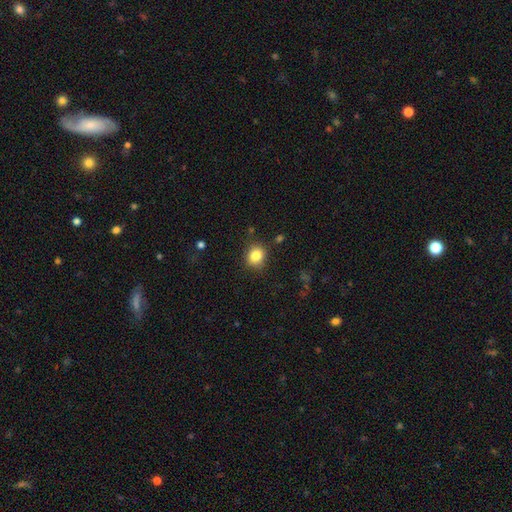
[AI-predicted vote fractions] smooth_or_featured: smooth (p=0.83) [alt: star or artifact p=0.11]
how_rounded: round (p=0.74) [alt: in between p=0.25]
merging: none (p=0.85) [alt: minor disturbance p=0.10]